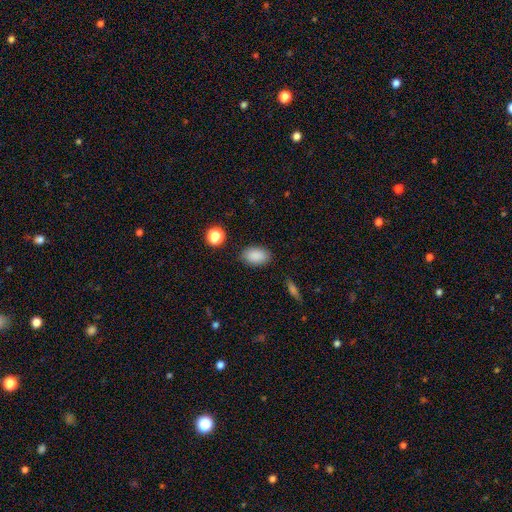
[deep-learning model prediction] Smooth or featured: smooth — 88% (star or artifact — 8%)
How rounded: in between — 90% (round — 9%)
Merging: none — 85% (minor disturbance — 10%)